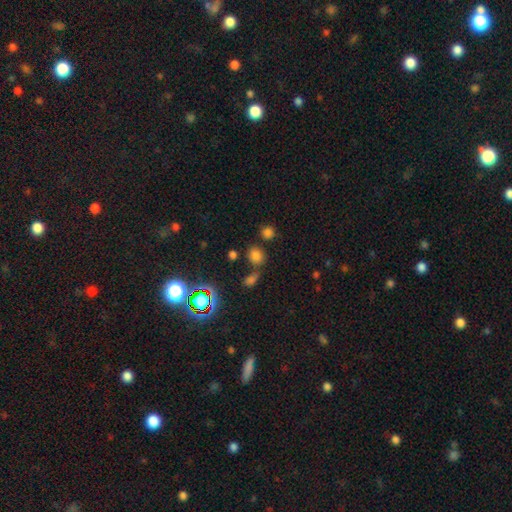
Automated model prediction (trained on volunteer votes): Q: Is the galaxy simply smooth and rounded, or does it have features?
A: smooth — 71%.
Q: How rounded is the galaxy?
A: round — 67%.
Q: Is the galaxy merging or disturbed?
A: none — 70%.